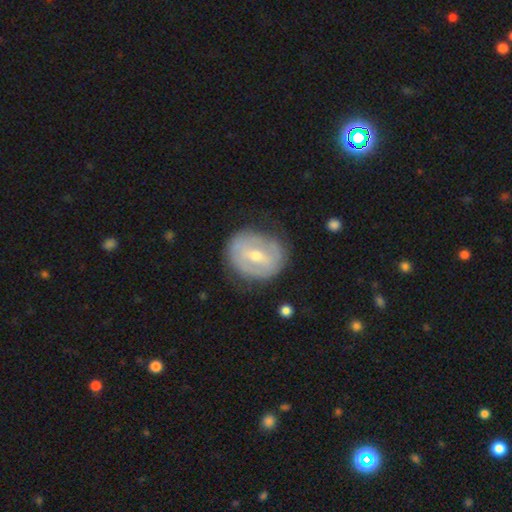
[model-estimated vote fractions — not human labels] A featured or disk galaxy (63%) with a weak bar (47%), no spiral arms (55%) and a moderate central bulge (58%). Merging: none (71%).